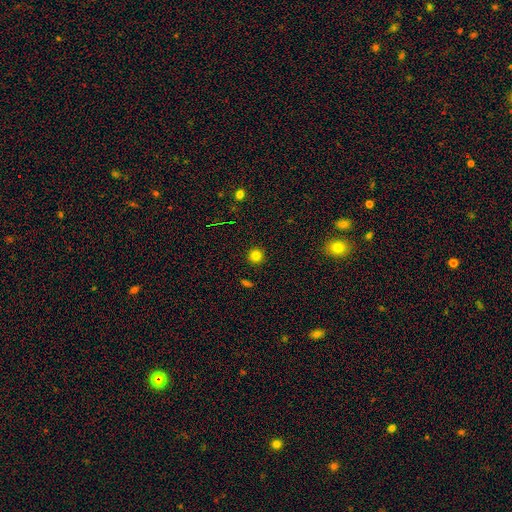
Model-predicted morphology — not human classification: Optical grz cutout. It shows a smooth galaxy with no disk features (81%) that is round (95%). Merging: none (92%).